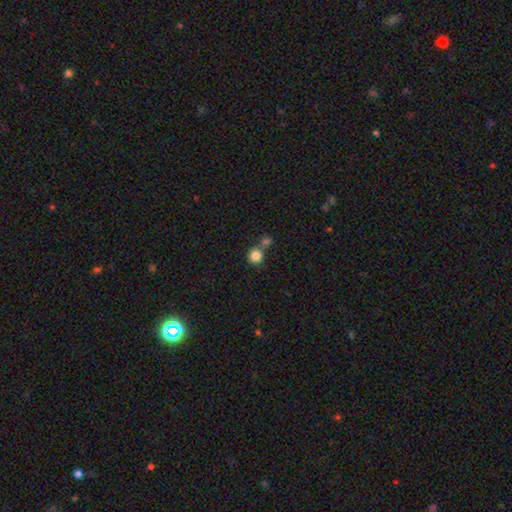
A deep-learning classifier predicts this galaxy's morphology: Smooth or featured: smooth — 85% (star or artifact — 10%)
How rounded: round — 91% (in between — 8%)
Merging: none — 59% (merger — 30%)